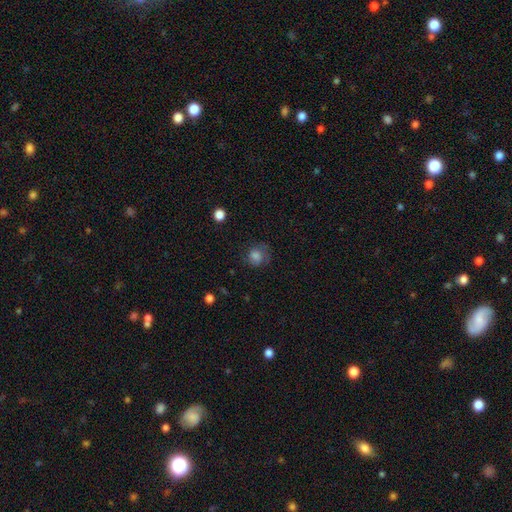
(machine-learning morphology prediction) Smooth or featured? Predicted: smooth (p=0.71). How rounded? Predicted: round (p=0.78). Merging? Predicted: none (p=0.64).